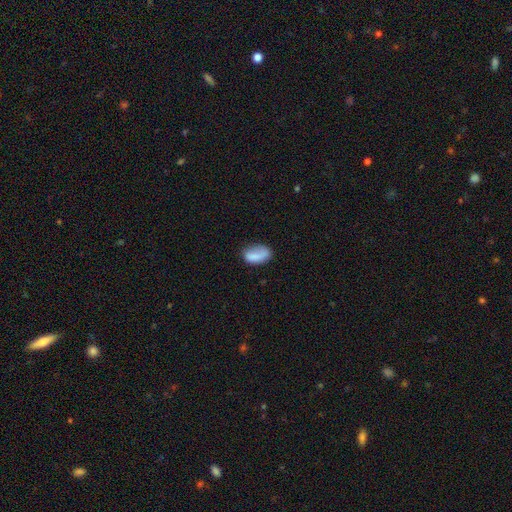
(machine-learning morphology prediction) Q: Smooth or featured?
A: smooth (79%); runner-up: featured or disk (13%)
Q: How rounded?
A: in between (91%); runner-up: round (6%)
Q: Merging?
A: none (52%); runner-up: minor disturbance (29%)